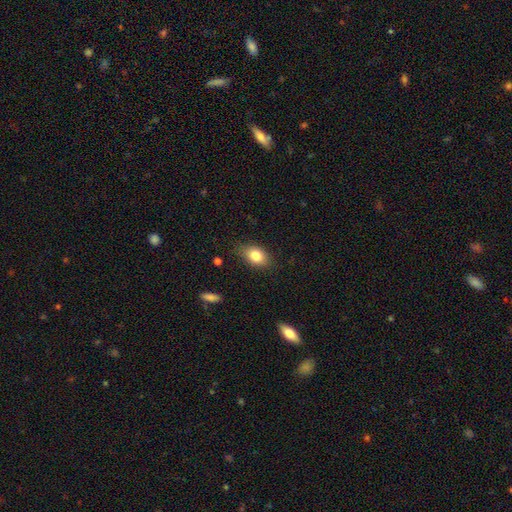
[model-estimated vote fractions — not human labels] A smooth galaxy with no disk features (82%) that is in between round and cigar-shaped (80%).

Vote fractions:
- Smooth or featured? smooth: 82% / featured or disk: 10% / star or artifact: 9%
- How rounded? in between: 80% / round: 18% / cigar-shaped: 2%
- Merging? none: 80% / minor disturbance: 16% / major disturbance: 3% / merger: 1%